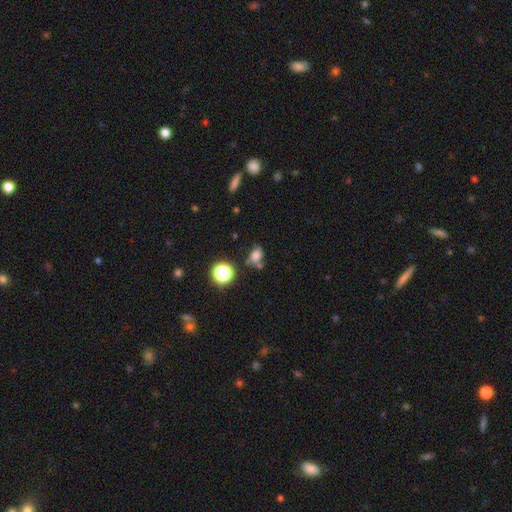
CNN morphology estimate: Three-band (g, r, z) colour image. It shows a smooth galaxy with no disk features (66%) that is in between round and cigar-shaped (67%). Merging: none (51%).